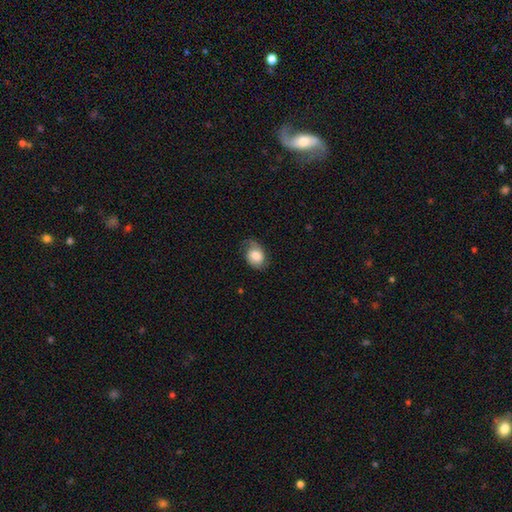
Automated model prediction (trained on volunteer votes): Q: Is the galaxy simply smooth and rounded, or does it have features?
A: smooth — 57%.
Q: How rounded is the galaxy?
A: in between — 67%.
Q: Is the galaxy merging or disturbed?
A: none — 58%.